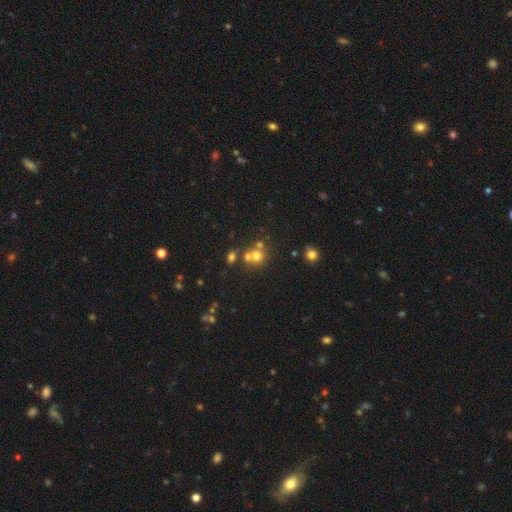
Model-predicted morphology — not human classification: Overall: smooth (66%). How rounded: round (84%). Merging: none (47%; merger 41%).